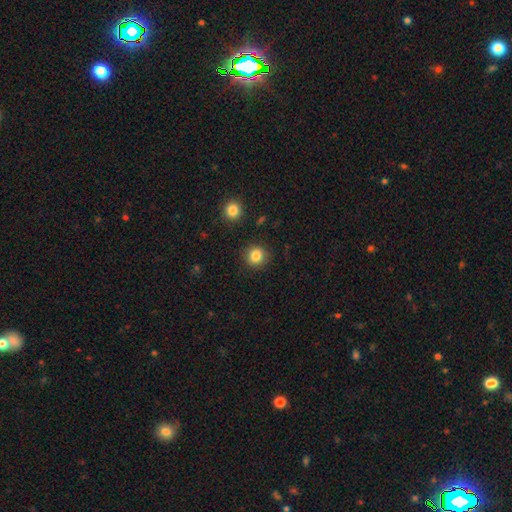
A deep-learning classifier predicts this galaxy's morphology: Smooth or featured? smooth (83%)
How rounded? round (92%)
Merging? none (90%)